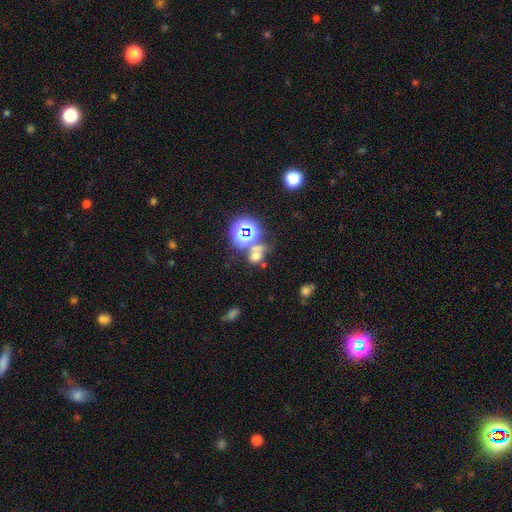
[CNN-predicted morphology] Smooth or featured: smooth — 50% (star or artifact — 41%)
Merging: none — 53% (merger — 29%)